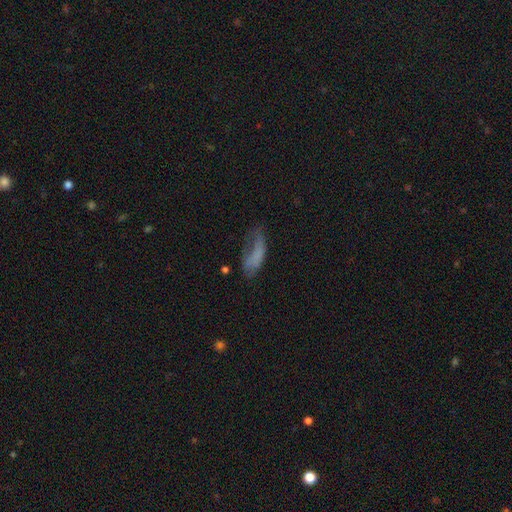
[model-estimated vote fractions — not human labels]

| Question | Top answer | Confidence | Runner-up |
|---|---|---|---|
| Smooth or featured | smooth | 60% | featured or disk (28%) |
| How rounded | in between | 72% | cigar-shaped (25%) |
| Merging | major disturbance | 38% | none (30%) |